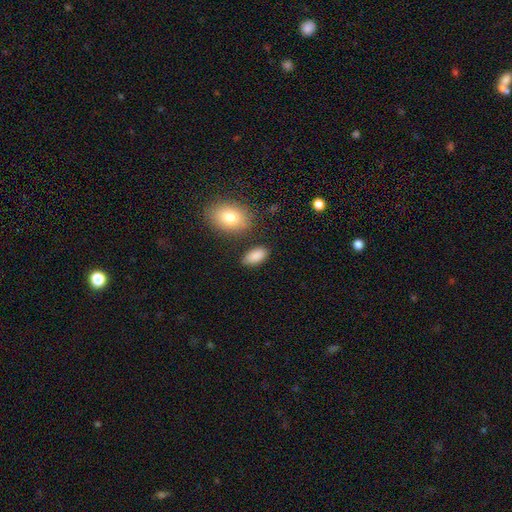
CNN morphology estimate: Smooth or featured? smooth (88%)
How rounded? in between (93%)
Merging? none (81%)